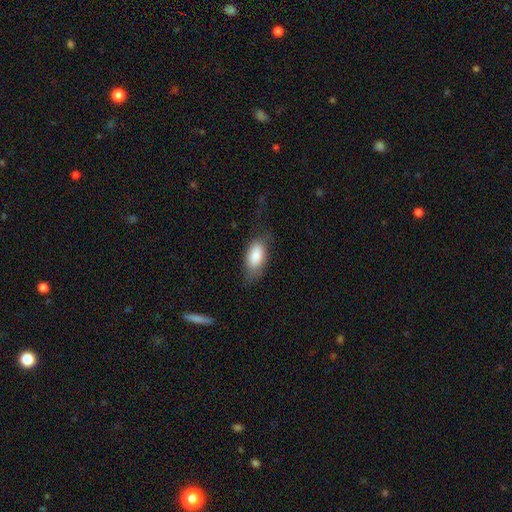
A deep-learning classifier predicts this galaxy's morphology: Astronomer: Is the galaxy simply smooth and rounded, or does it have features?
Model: smooth — 84%.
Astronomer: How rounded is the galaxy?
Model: in between — 91%.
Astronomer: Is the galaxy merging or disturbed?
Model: none — 63%.